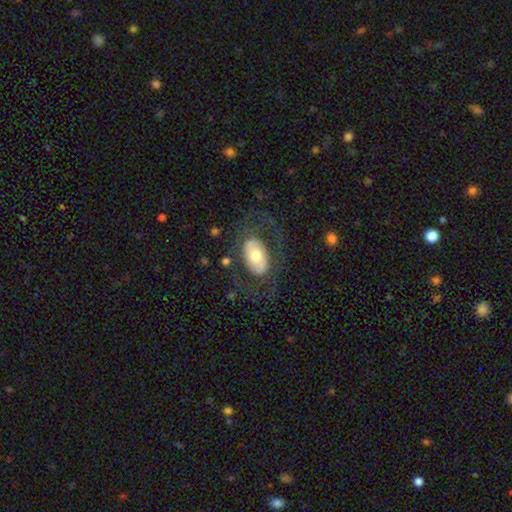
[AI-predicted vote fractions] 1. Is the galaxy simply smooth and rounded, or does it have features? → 50% featured or disk, 44% smooth, 6% star or artifact.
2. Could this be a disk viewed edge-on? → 92% no, 8% yes.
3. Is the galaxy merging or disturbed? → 66% none, 18% major disturbance, 14% minor disturbance, 2% merger.